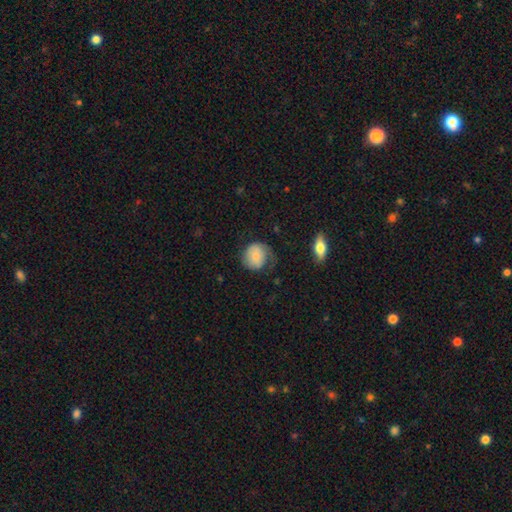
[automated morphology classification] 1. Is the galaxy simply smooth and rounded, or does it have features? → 71% smooth, 22% featured or disk, 7% star or artifact.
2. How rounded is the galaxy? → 79% round, 20% in between, 1% cigar-shaped.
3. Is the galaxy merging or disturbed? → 49% none, 29% minor disturbance, 20% major disturbance, 2% merger.